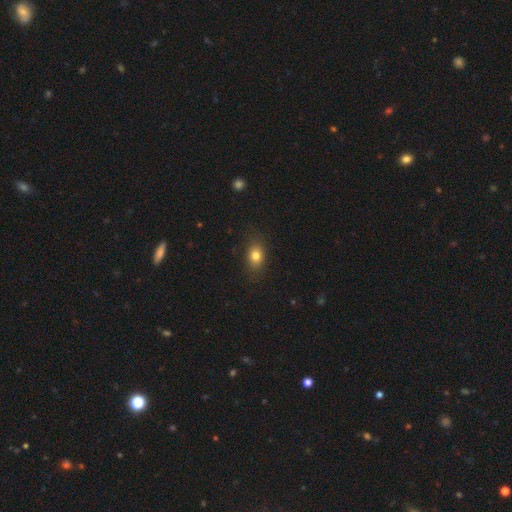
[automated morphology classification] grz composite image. It shows a smooth galaxy with no disk features (80%) that is in between round and cigar-shaped (71%). Merging: none (83%).